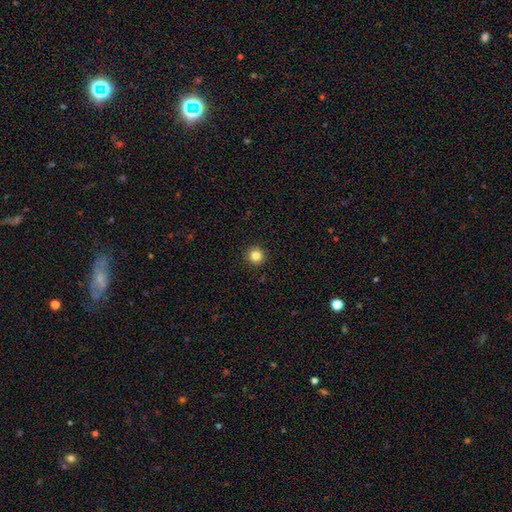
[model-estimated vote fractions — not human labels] A smooth galaxy with no disk features (84%) that is round (96%).

Vote fractions:
- Smooth or featured? smooth: 84% / star or artifact: 11% / featured or disk: 5%
- How rounded? round: 96% / in between: 4% / cigar-shaped: 1%
- Merging? none: 93% / minor disturbance: 4% / major disturbance: 1% / merger: 1%